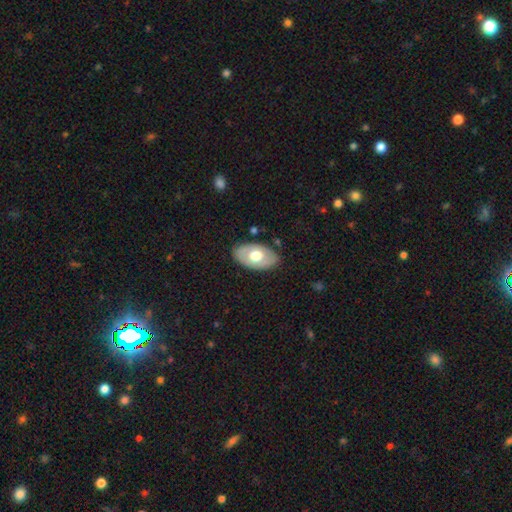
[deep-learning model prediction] The model was most divided on "smooth or featured": smooth: 55%, featured or disk: 40%, star or artifact: 5%. More confident: how rounded — in between (91%); merging — none (83%).